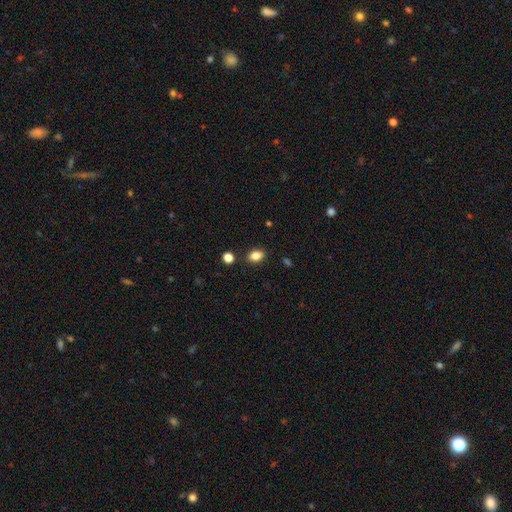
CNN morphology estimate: Smooth or featured: smooth — 84% (star or artifact — 10%)
How rounded: in between — 80% (round — 19%)
Merging: none — 84% (minor disturbance — 10%)